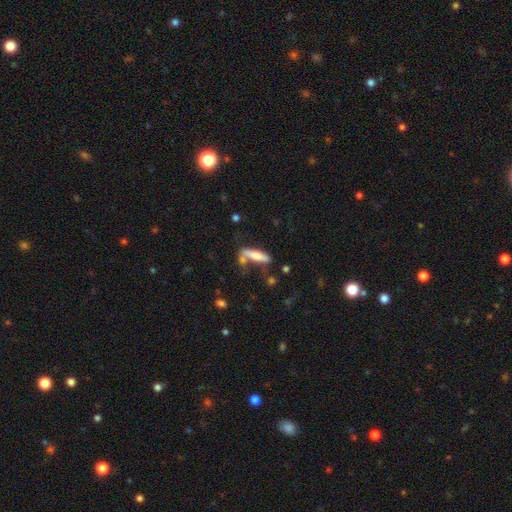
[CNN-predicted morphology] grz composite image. It shows a smooth galaxy with no disk features (68%) that is cigar-shaped (77%). Merging: none (60%).